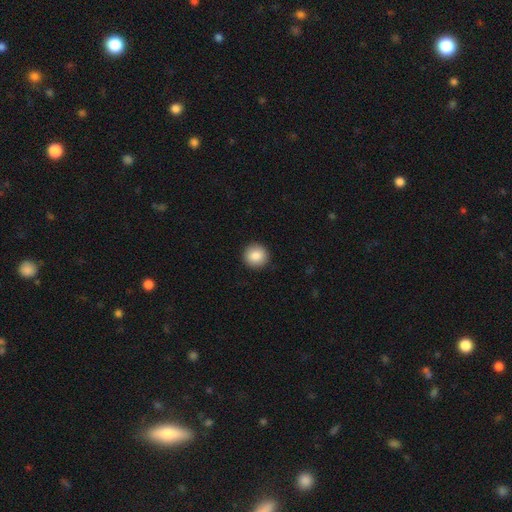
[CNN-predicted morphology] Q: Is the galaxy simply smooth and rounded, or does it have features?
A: smooth — 87%.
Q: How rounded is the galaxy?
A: round — 94%.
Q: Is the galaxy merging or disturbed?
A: none — 92%.